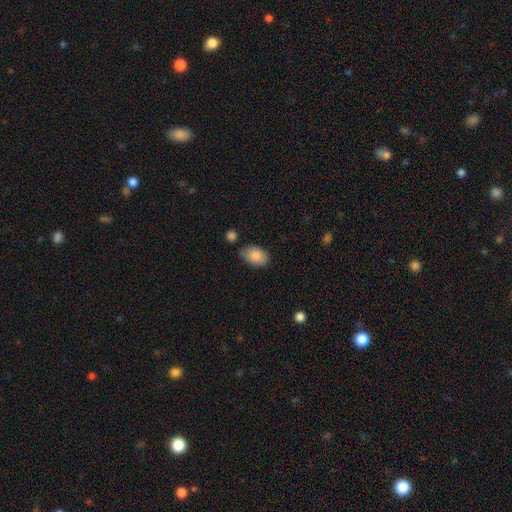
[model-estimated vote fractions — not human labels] This is clearly a smooth galaxy (85%). How rounded: clearly in between (90%). Merging: likely none (75%).